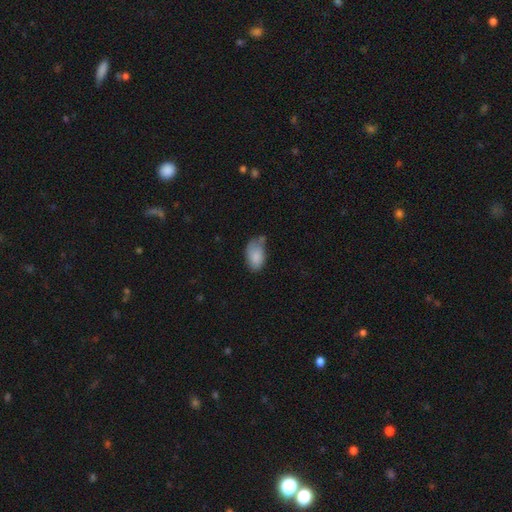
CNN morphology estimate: smooth 85%, featured or disk 8%, star or artifact 7%. Down the decision tree: how rounded — in between (92%); merging — none (46%).